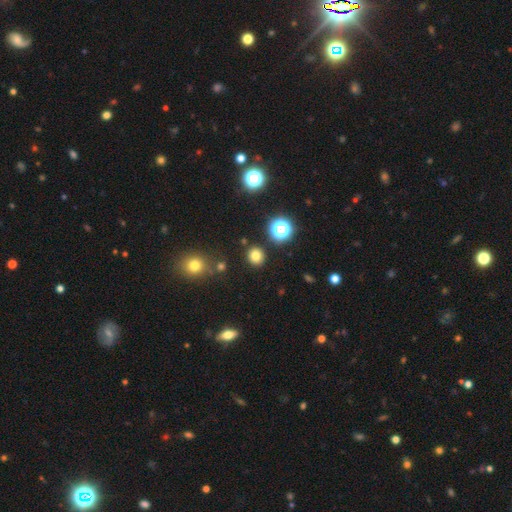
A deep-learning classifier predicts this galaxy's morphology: type=smooth (77%); roundness=round (87%); merging=none (87%).